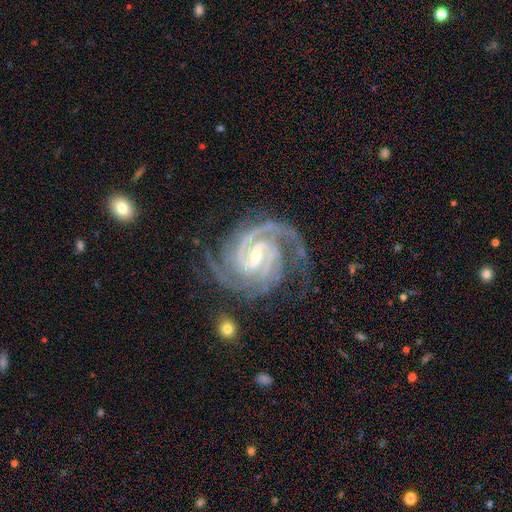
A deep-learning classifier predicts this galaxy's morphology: The model was most divided on "spiral arm count": 2: 36%, 3: 32%, 4: 11%, can't tell: 9%, more than 4: 6%, 1: 6%. Remaining: spiral arms — yes (99%); edge-on disk — no (98%); smooth or featured — featured or disk (94%); merging — none (66%); spiral winding — tight (63%); bulge size — small (63%); bar — weak (48%).